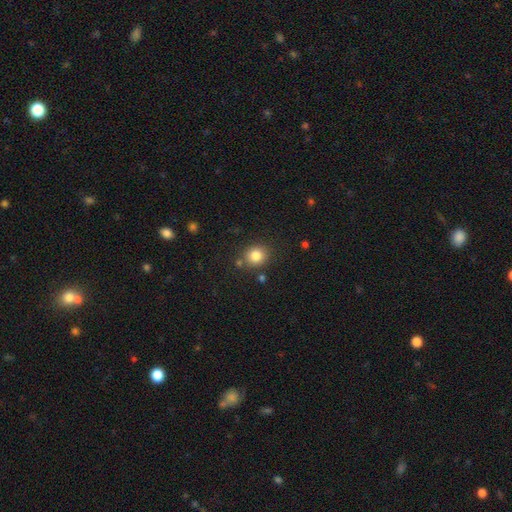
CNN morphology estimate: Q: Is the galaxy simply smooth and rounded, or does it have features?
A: smooth — 83%.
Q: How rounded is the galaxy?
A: round — 82%.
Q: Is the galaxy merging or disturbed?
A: none — 82%.